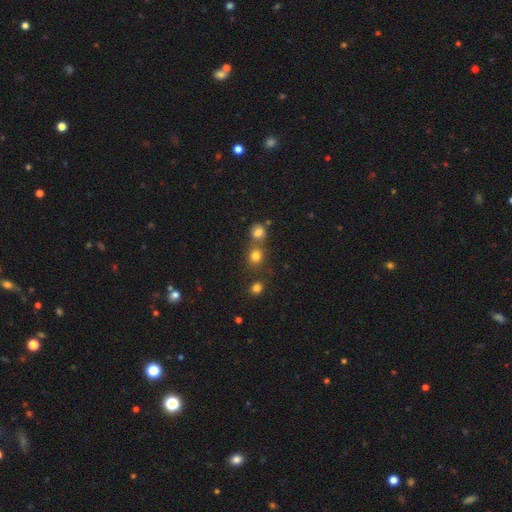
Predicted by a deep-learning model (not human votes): Q: Smooth or featured?
A: smooth (78%); runner-up: star or artifact (15%)
Q: How rounded?
A: round (84%); runner-up: in between (15%)
Q: Merging?
A: none (59%); runner-up: merger (30%)